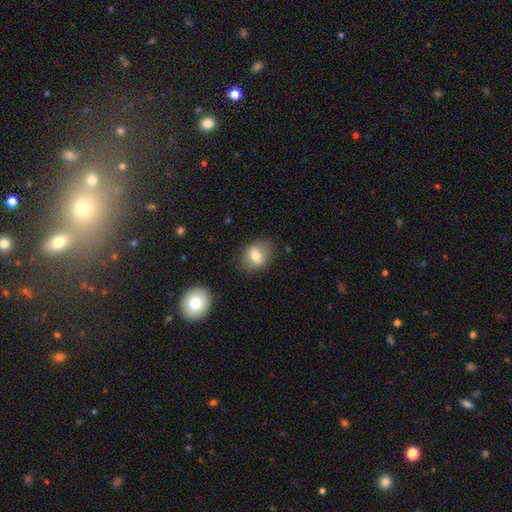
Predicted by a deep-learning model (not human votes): This appears to be a smooth galaxy with no disk features (74%) that is in between round and cigar-shaped (51%). Merging: none (80%).